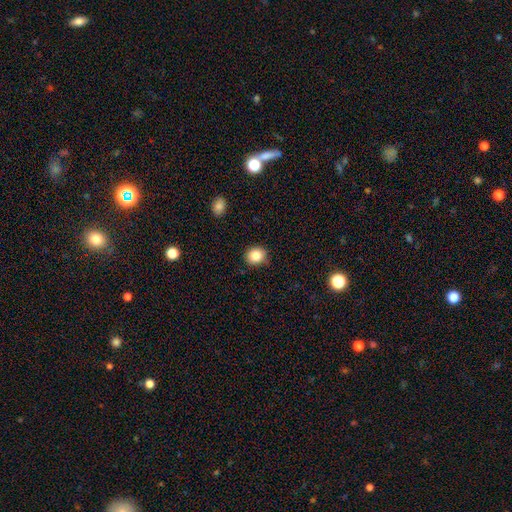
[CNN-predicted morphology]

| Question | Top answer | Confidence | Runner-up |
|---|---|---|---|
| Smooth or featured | smooth | 84% | star or artifact (10%) |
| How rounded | round | 78% | in between (21%) |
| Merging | none | 87% | minor disturbance (9%) |